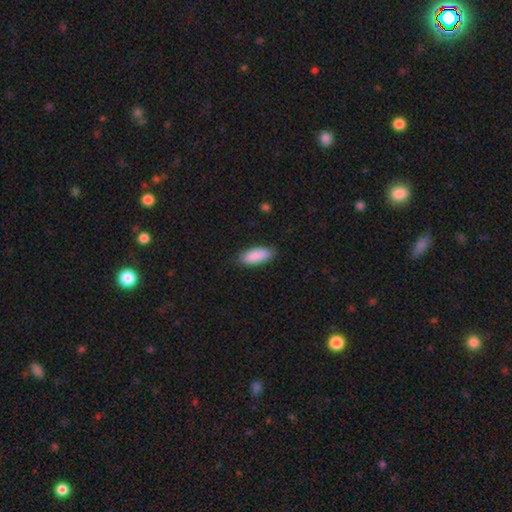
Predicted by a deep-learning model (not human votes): smooth 89%, star or artifact 6%, featured or disk 5%. Down the decision tree: how rounded — in between (84%); merging — none (81%).